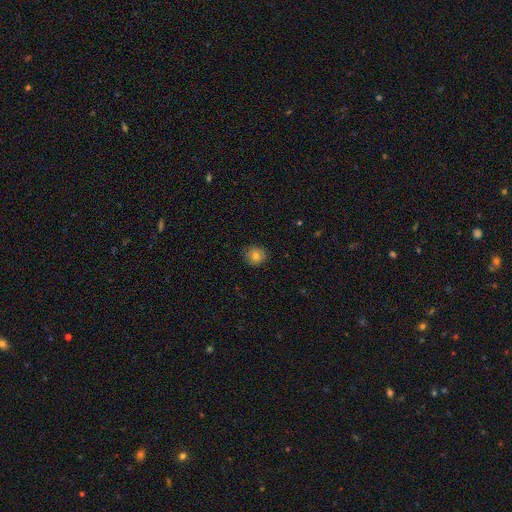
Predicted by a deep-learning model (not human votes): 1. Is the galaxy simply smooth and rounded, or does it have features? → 76% smooth, 13% featured or disk, 11% star or artifact.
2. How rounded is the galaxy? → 86% round, 13% in between, 1% cigar-shaped.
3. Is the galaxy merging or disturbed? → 85% none, 12% minor disturbance, 2% major disturbance, 1% merger.